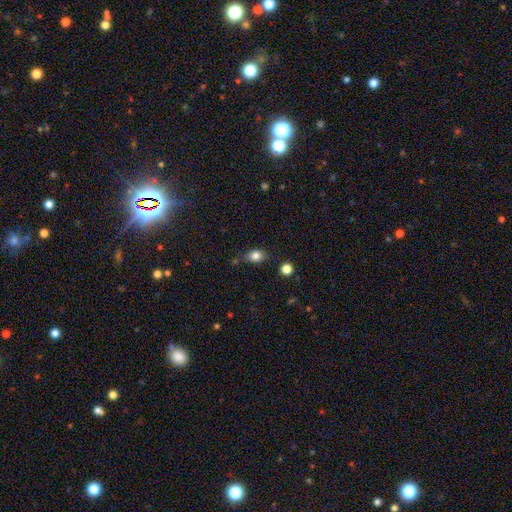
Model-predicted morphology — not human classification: The model was most divided on "how rounded": in between: 62%, round: 36%, cigar-shaped: 2%. More confident: smooth or featured — smooth (81%); merging — none (71%).